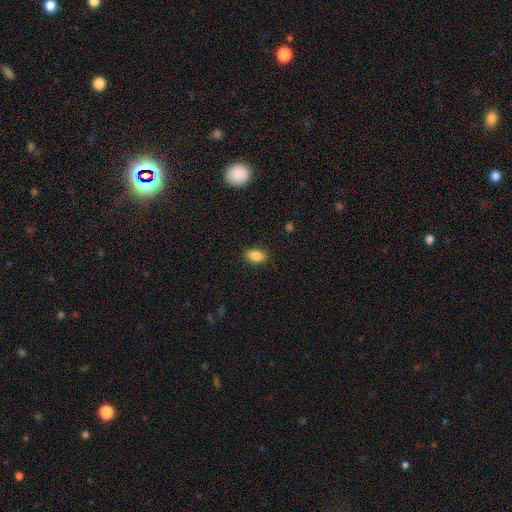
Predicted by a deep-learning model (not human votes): This is clearly a smooth galaxy (88%). How rounded: clearly in between (90%). Merging: clearly none (87%).